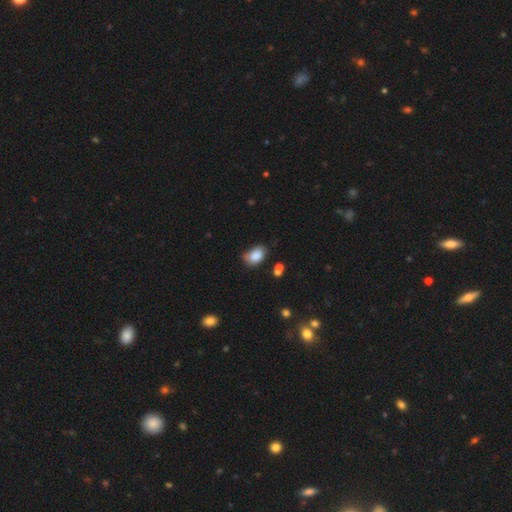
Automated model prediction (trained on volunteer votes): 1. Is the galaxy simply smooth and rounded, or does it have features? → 86% smooth, 8% star or artifact, 6% featured or disk.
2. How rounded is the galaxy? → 84% in between, 15% round, 1% cigar-shaped.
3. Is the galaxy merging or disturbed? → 57% none, 30% minor disturbance, 7% merger, 6% major disturbance.